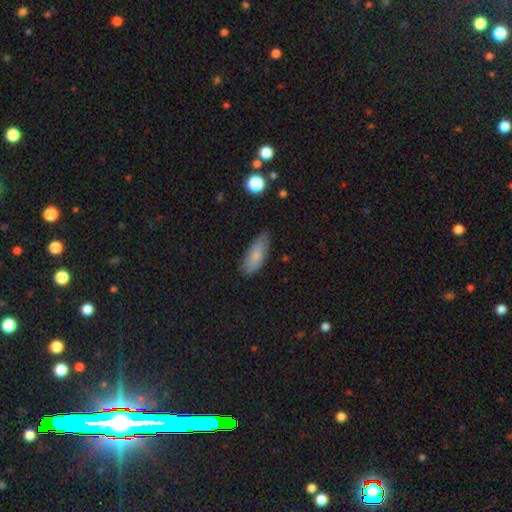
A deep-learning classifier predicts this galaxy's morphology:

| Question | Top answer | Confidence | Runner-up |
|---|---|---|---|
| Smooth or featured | smooth | 79% | featured or disk (15%) |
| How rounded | in between | 79% | cigar-shaped (19%) |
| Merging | none | 74% | minor disturbance (21%) |